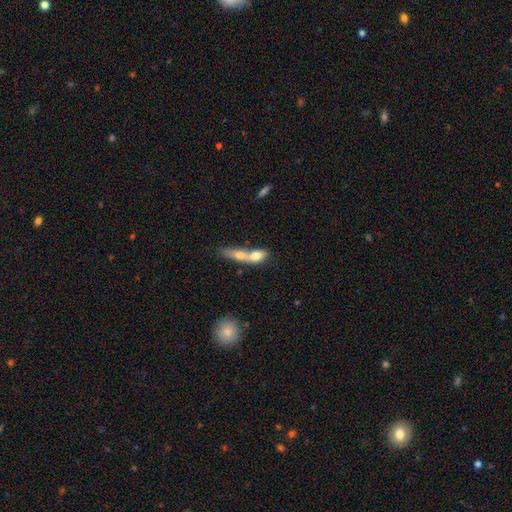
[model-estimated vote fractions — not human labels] Q: Smooth or featured?
A: smooth (69%); runner-up: featured or disk (24%)
Q: How rounded?
A: in between (58%); runner-up: cigar-shaped (27%)
Q: Merging?
A: merger (73%); runner-up: none (15%)